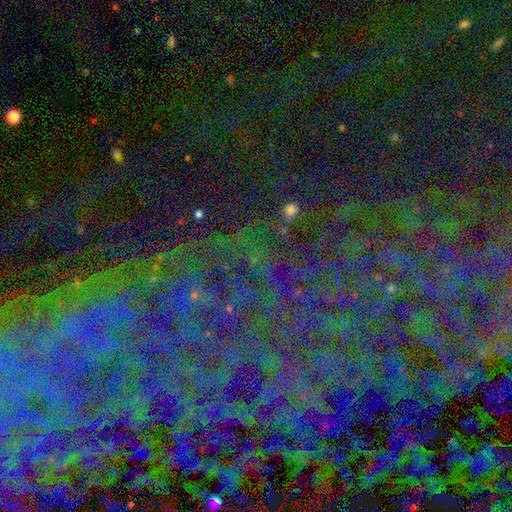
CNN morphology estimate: Q: Smooth or featured?
A: star or artifact (81%); runner-up: featured or disk (10%)